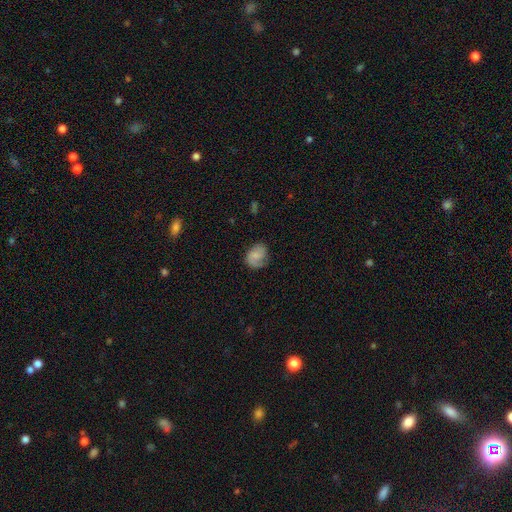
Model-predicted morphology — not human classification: A smooth galaxy with no disk features (55%) that is round (50%).

Vote fractions:
- Smooth or featured? smooth: 55% / featured or disk: 37% / star or artifact: 8%
- How rounded? round: 50% / in between: 49% / cigar-shaped: 1%
- Merging? none: 56% / minor disturbance: 27% / major disturbance: 15% / merger: 1%